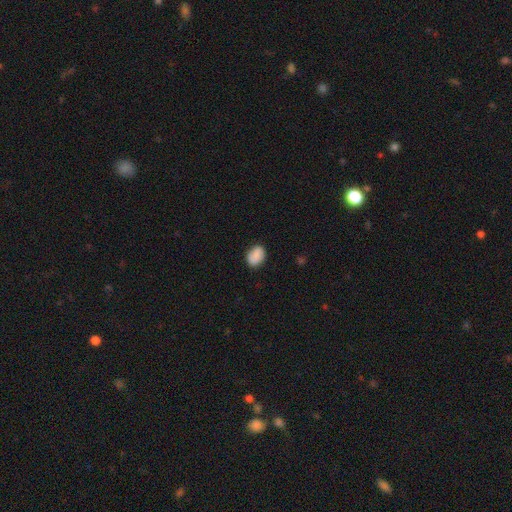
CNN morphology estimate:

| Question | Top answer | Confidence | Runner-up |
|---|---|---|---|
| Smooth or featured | smooth | 84% | featured or disk (9%) |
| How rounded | in between | 70% | round (28%) |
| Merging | none | 79% | minor disturbance (16%) |